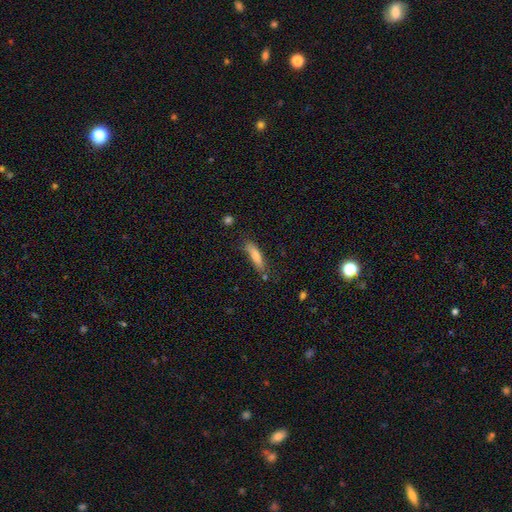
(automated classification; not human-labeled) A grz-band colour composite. It shows a smooth galaxy with no disk features (79%) that is cigar-shaped (74%). Merging: none (69%).